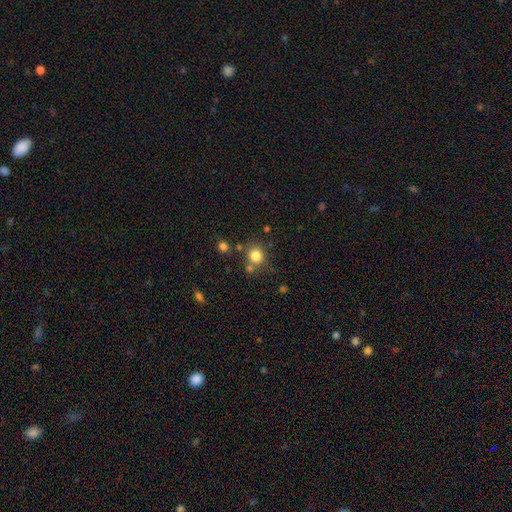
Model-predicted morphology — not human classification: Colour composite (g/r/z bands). It shows a smooth galaxy with no disk features (81%) that is round (86%). Merging: none (73%).